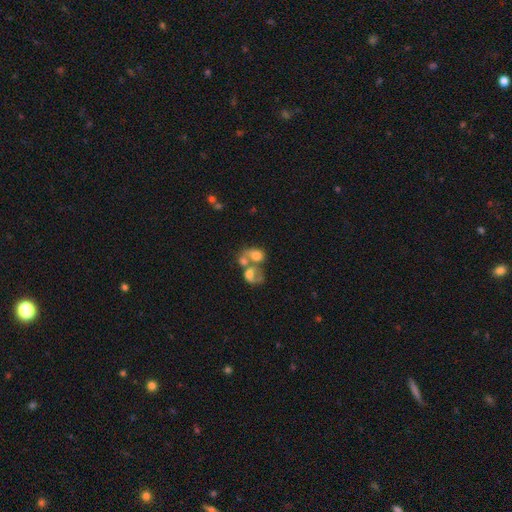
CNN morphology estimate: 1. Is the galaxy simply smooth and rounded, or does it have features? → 55% smooth, 33% featured or disk, 12% star or artifact.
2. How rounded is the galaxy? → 62% in between, 37% round, 1% cigar-shaped.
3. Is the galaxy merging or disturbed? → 68% merger, 13% none, 12% major disturbance, 7% minor disturbance.